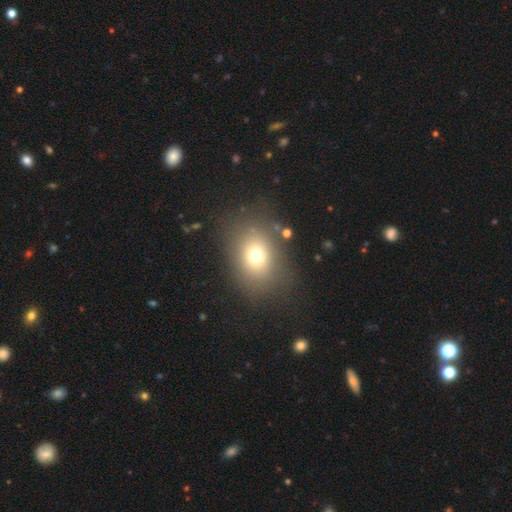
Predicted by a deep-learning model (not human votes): A smooth galaxy with no disk features (71%) that is in between round and cigar-shaped (56%). Merging: none (80%).